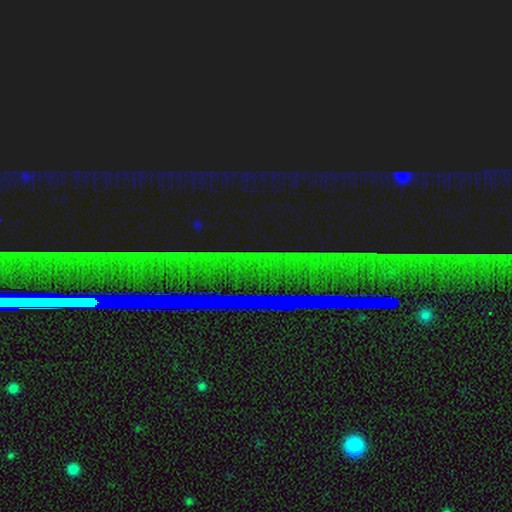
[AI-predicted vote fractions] smooth_or_featured: star or artifact (p=0.87) [alt: featured or disk p=0.07]